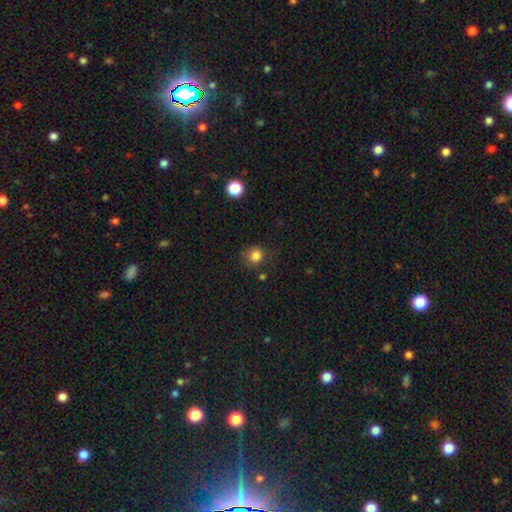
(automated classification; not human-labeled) Smooth or featured? smooth (83%)
How rounded? round (85%)
Merging? none (69%)